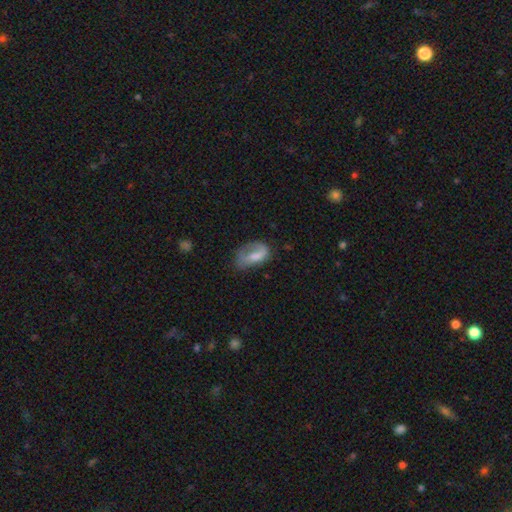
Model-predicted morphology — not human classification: Smooth or featured? smooth (51%)
How rounded? in between (86%)
Merging? none (38%)